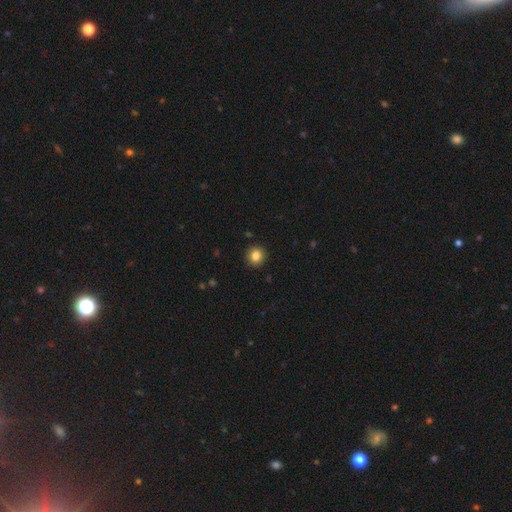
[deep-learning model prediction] smooth 84%, star or artifact 10%, featured or disk 5%. Down the decision tree: how rounded — round (90%); merging — none (92%).